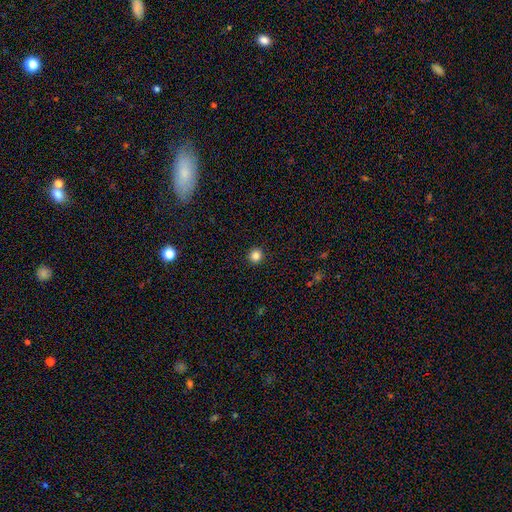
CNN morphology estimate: This appears to be a smooth galaxy with no disk features (84%) that is round (94%). Merging: none (93%).